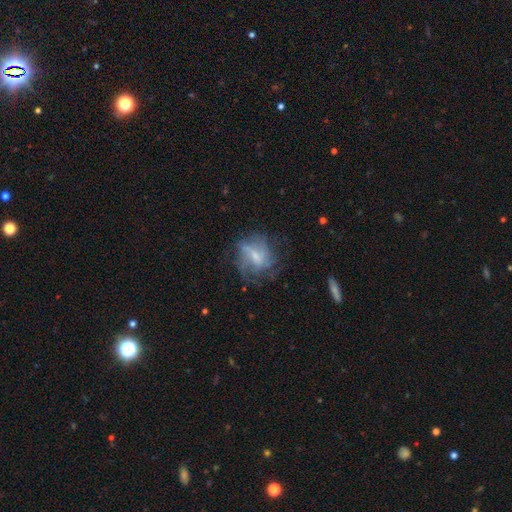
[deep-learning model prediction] Smooth or featured? featured or disk (65%)
Edge-on disk? no (96%)
Bar? weak (51%)
Spiral arms? yes (74%)
Bulge size? small (49%)
Merging? none (55%)